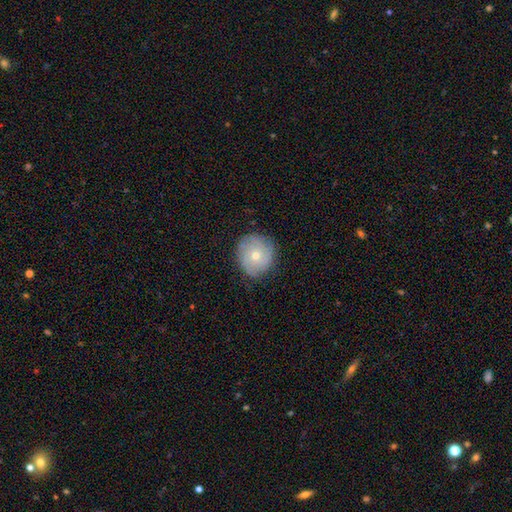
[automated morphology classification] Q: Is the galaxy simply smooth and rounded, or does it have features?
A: featured or disk — 54%.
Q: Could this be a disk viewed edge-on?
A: no — 97%.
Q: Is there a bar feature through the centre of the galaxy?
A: no — 87%.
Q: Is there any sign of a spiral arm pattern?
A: yes — 82%.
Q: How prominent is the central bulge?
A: small — 53%.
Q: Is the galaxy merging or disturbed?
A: none — 80%.